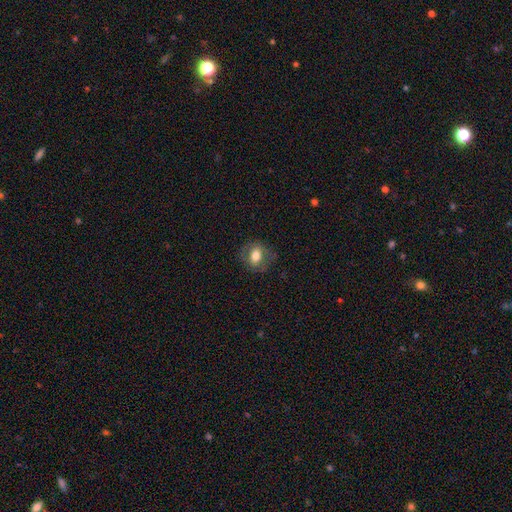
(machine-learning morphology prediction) Smooth or featured: smooth — 67% (featured or disk — 24%)
How rounded: round — 54% (in between — 45%)
Merging: none — 76% (minor disturbance — 16%)